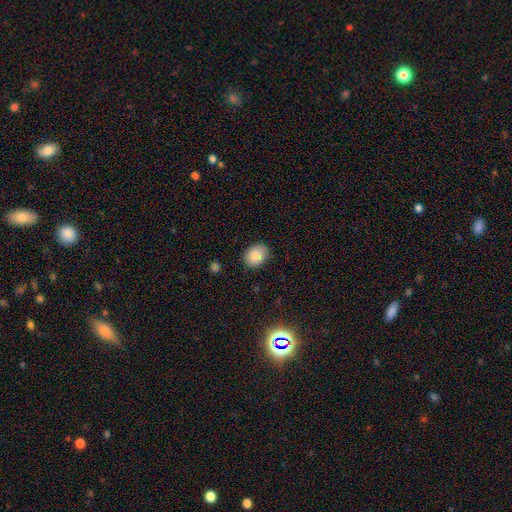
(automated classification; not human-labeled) This appears to be a smooth galaxy with no disk features (86%) that is in between round and cigar-shaped (60%). Merging: none (84%).